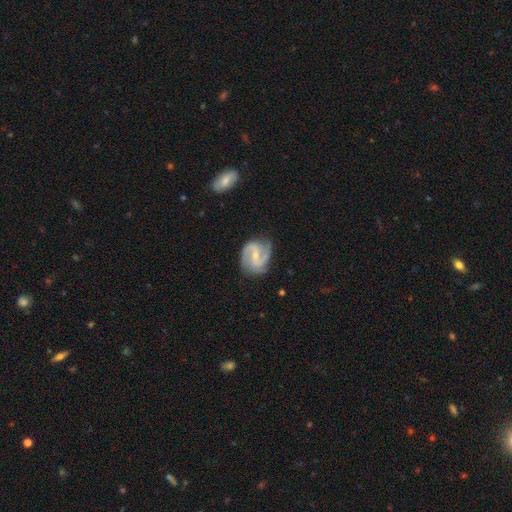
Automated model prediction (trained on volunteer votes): This is clearly a featured or disk galaxy (88%). It is clearly not viewed edge-on (98%). Bar: possibly weak (50%). Spiral arm pattern: clearly yes (97%). Spiral arm count: likely 2 (76%). Spiral winding: possibly medium (53%). Central bulge: possibly small (59%). Merging: likely none (72%).